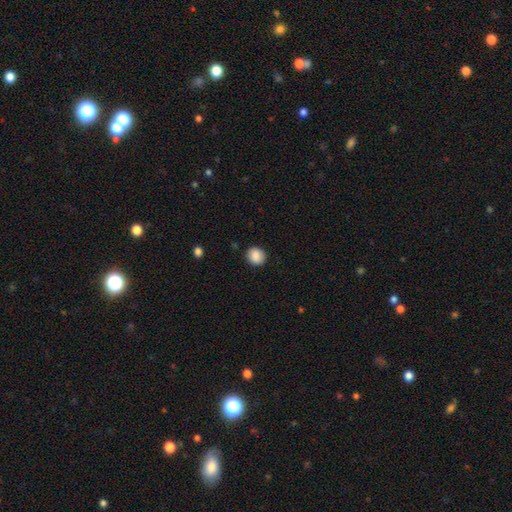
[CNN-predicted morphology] The model was most divided on "how rounded": round: 81%, in between: 18%, cigar-shaped: 1%. More confident: merging — none (89%); smooth or featured — smooth (87%).